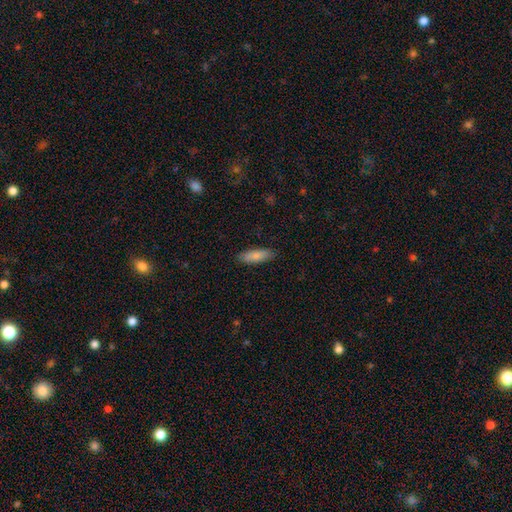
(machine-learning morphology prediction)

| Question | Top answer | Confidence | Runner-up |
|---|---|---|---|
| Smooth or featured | smooth | 85% | featured or disk (9%) |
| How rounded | in between | 54% | cigar-shaped (44%) |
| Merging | none | 88% | minor disturbance (9%) |